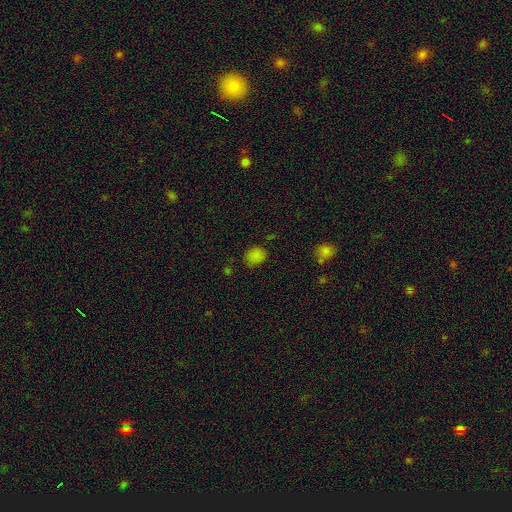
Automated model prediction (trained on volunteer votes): A smooth galaxy with no disk features (78%) that is in between round and cigar-shaped (50%). Merging: none (75%).